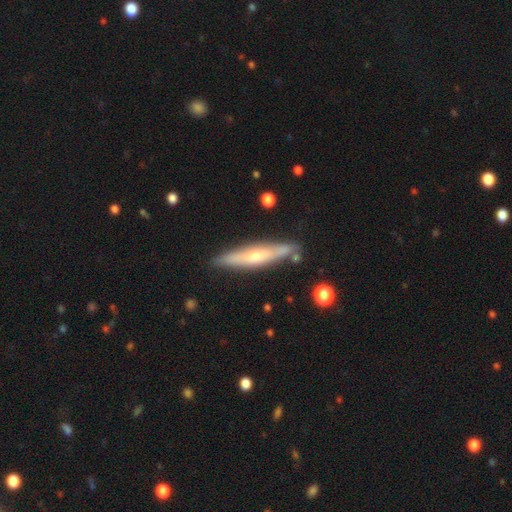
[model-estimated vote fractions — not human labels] featured or disk 56%, smooth 38%, star or artifact 6%. Down the decision tree: edge-on disk — yes (88%); merging — none (82%).